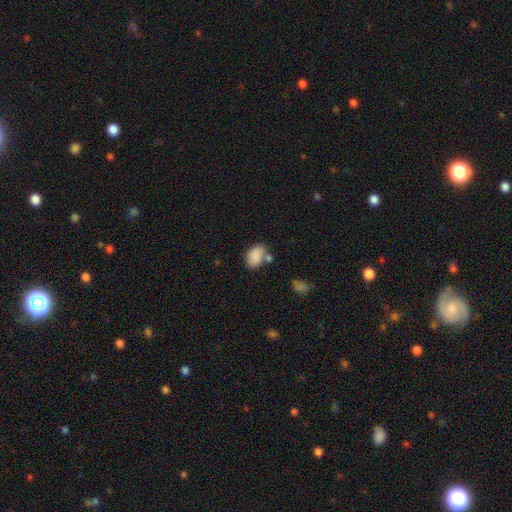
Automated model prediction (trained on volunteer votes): Overall: smooth (84%). How rounded: in between (85%). Merging: none (50%; merger 23%).